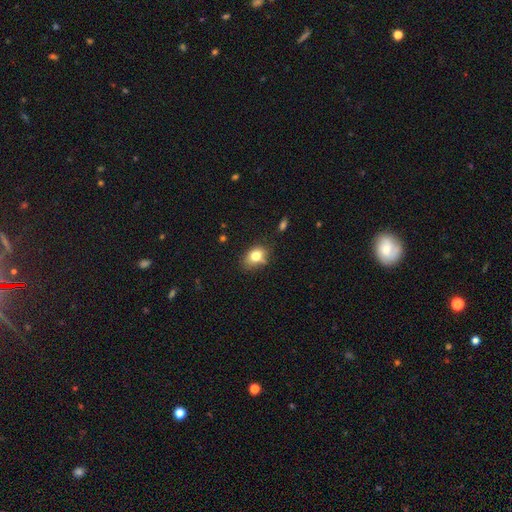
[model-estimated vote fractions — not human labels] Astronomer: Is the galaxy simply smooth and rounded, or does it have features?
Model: smooth — 78%.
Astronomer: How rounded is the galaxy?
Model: in between — 71%.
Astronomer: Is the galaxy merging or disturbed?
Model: none — 62%.